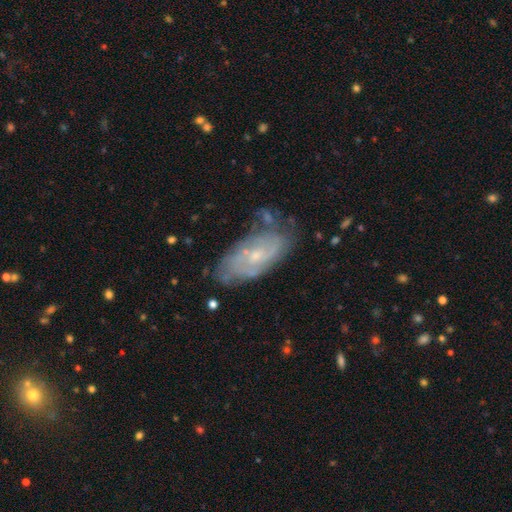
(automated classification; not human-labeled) This appears to be a featured or disk galaxy (70%) with no bar (66%), tight (54%) spiral arms (82%) and a small central bulge (62%). Merging: none (64%).